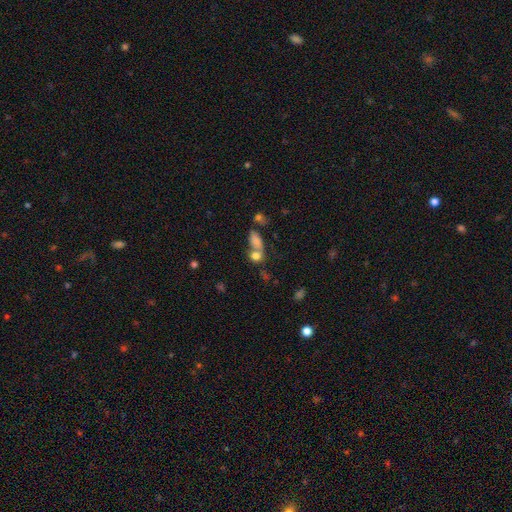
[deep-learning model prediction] Q: Smooth or featured?
A: smooth (75%); runner-up: star or artifact (13%)
Q: How rounded?
A: in between (51%); runner-up: round (44%)
Q: Merging?
A: merger (51%); runner-up: none (33%)